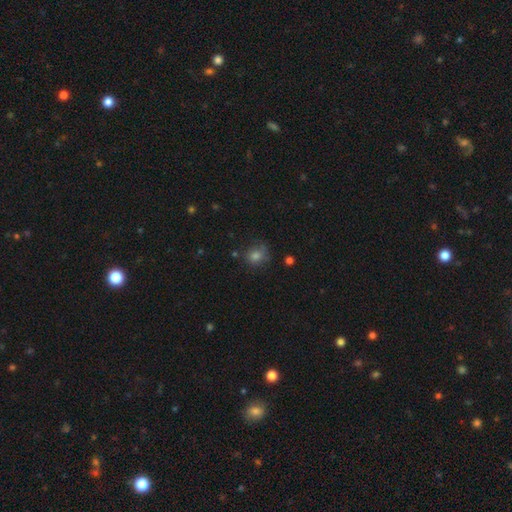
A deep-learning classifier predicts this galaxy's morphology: Smooth or featured? smooth (73%)
How rounded? round (76%)
Merging? none (61%)